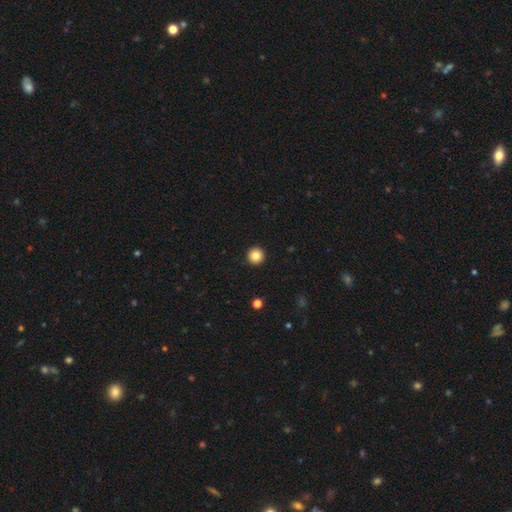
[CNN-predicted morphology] This is clearly a smooth galaxy (84%). How rounded: clearly round (97%). Merging: clearly none (94%).